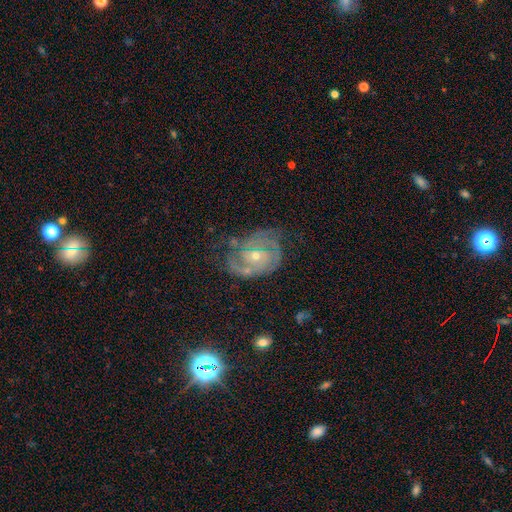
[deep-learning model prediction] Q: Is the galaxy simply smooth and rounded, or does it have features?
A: featured or disk — 86%.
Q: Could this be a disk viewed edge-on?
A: no — 97%.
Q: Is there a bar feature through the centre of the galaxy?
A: no — 69%.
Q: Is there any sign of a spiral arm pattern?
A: yes — 95%.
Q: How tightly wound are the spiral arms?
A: tight — 65%.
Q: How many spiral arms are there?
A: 2 — 36%.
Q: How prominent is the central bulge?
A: small — 54%.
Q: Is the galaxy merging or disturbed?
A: none — 60%.